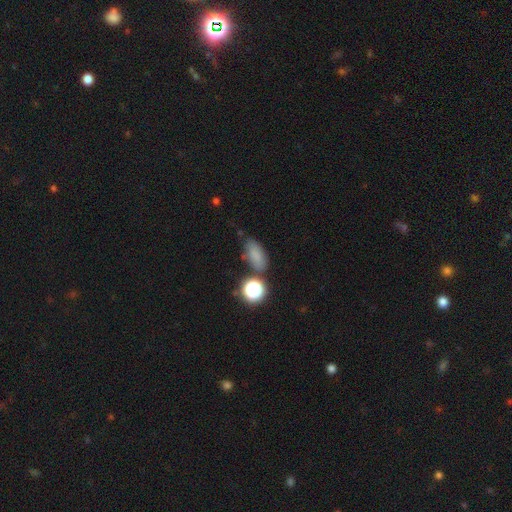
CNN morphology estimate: Overall: smooth (73%). How rounded: in between (82%). Merging: none (66%).